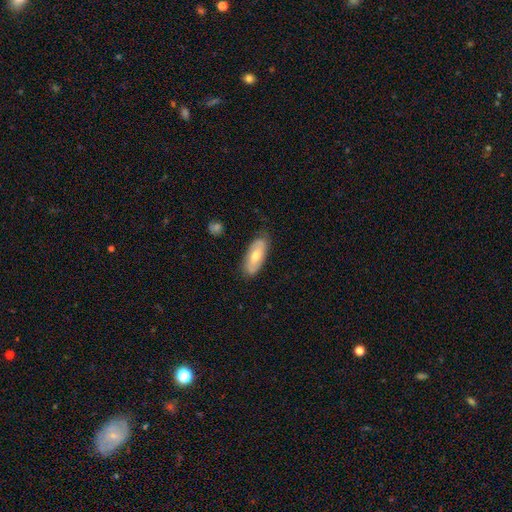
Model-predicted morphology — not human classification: Smooth or featured: smooth — 47% (tied with featured or disk — 47%)
Merging: none — 77% (minor disturbance — 17%)